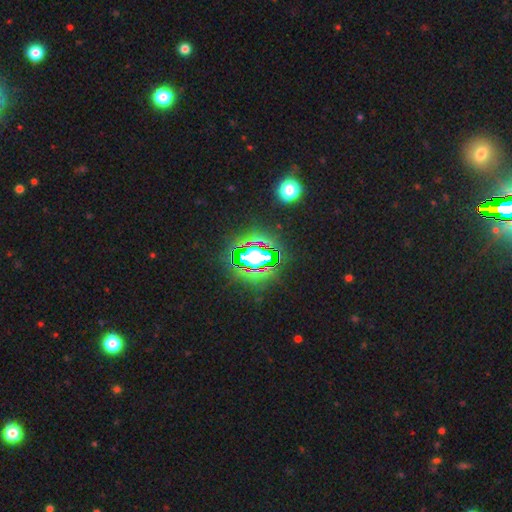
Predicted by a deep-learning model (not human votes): Smooth or featured?
  - star or artifact: 83% *
  - smooth: 10%
  - featured or disk: 7%